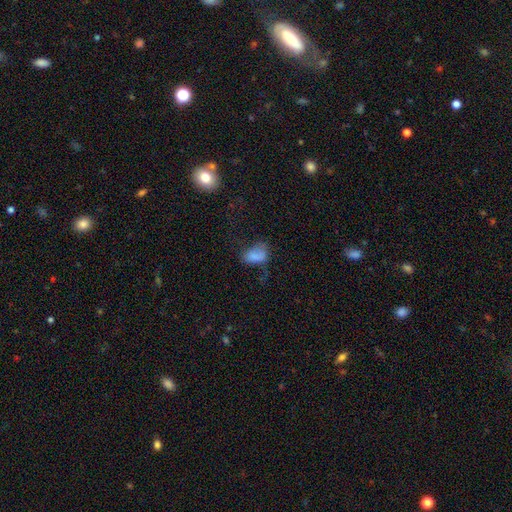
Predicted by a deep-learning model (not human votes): Smooth or featured? smooth (75%)
How rounded? in between (89%)
Merging? none (36%)